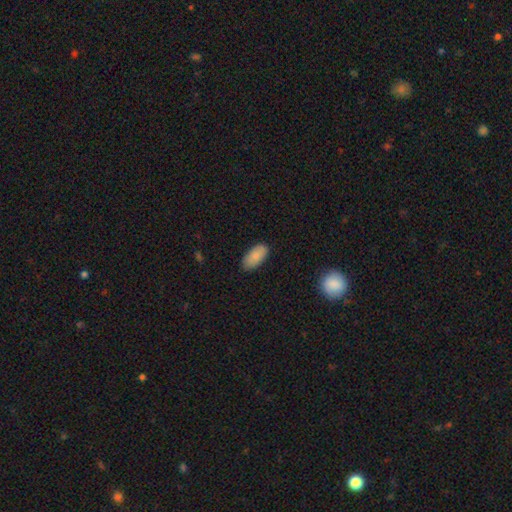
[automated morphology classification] A smooth galaxy with no disk features (85%) that is in between round and cigar-shaped (93%).

Vote fractions:
- Smooth or featured? smooth: 85% / featured or disk: 8% / star or artifact: 7%
- How rounded? in between: 93% / cigar-shaped: 5% / round: 2%
- Merging? none: 85% / minor disturbance: 12% / major disturbance: 2% / merger: 1%